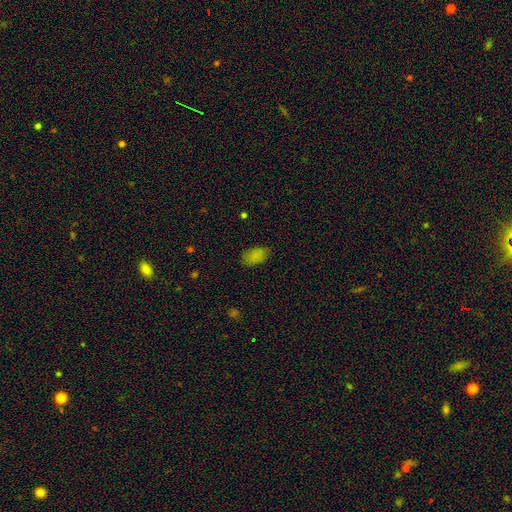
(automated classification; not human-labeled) This appears to be a smooth galaxy with no disk features (83%) that is in between round and cigar-shaped (93%). Merging: none (80%).